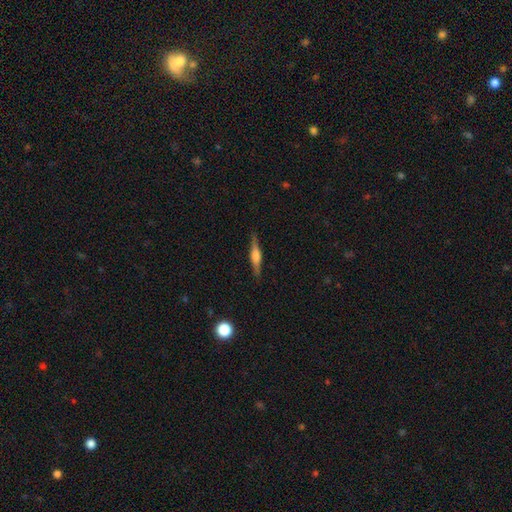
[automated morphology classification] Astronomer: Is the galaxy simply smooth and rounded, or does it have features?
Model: featured or disk — 62%.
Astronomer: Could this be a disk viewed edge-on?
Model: yes — 97%.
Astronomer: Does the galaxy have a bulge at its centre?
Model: rounded — 74%.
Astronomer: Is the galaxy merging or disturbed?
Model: none — 89%.